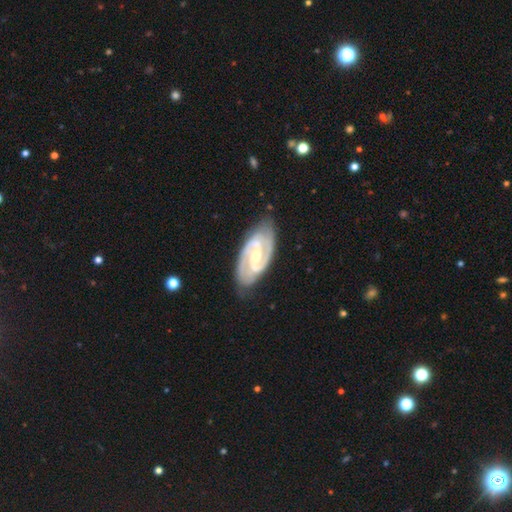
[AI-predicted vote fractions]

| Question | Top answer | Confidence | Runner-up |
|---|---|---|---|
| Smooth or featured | featured or disk | 91% | smooth (5%) |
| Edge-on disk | no | 96% | yes (4%) |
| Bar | weak | 42% | strong (37%) |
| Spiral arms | yes | 98% | no (2%) |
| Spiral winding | medium | 47% | tight (45%) |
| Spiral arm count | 2 | 91% | can't tell (3%) |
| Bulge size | small | 51% | moderate (45%) |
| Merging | none | 81% | minor disturbance (15%) |